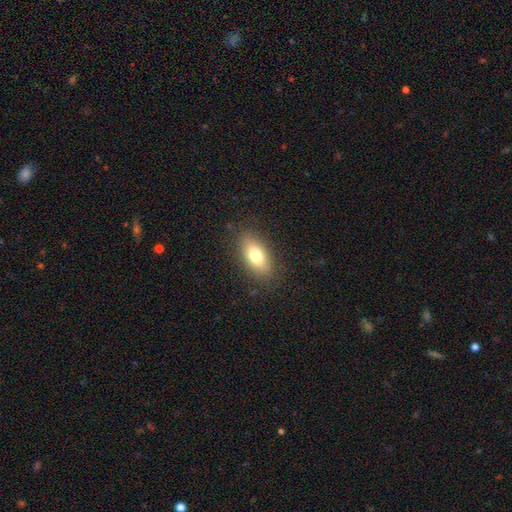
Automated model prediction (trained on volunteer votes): Morphology: type=smooth (75%); roundness=in between (86%); merging=none (84%).